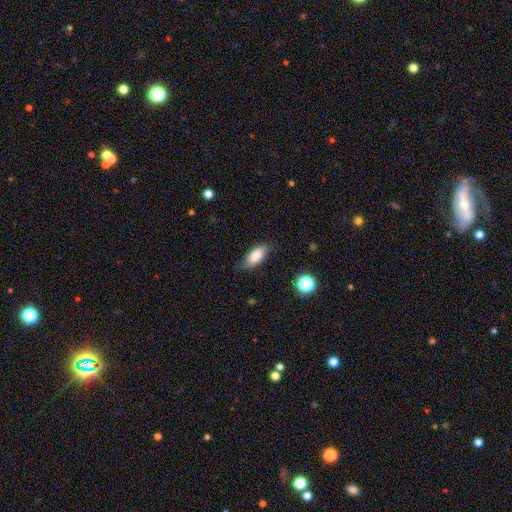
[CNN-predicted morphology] The model was most divided on "merging": none: 75%, minor disturbance: 19%, major disturbance: 4%, merger: 1%. More confident: how rounded — in between (85%); smooth or featured — smooth (82%).